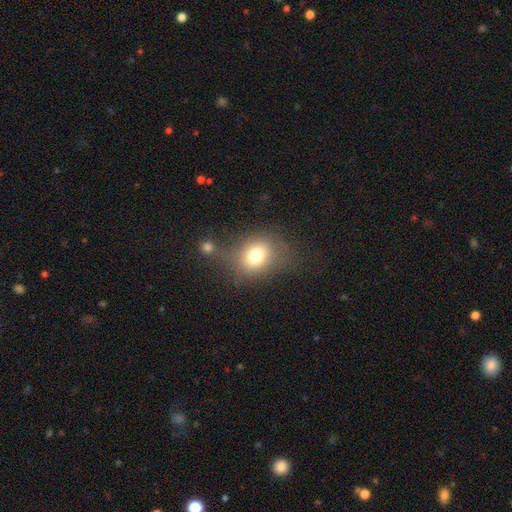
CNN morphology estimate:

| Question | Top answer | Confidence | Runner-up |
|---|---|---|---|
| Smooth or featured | smooth | 72% | featured or disk (15%) |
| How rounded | round | 53% | in between (46%) |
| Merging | none | 51% | minor disturbance (18%) |